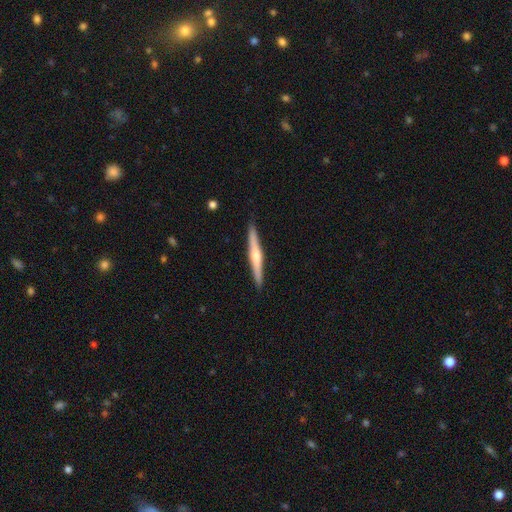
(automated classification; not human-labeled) A featured or disk galaxy (65%) viewed edge-on (98%) with a rounded central bulge (85%).

Vote fractions:
- Smooth or featured? featured or disk: 65% / smooth: 30% / star or artifact: 5%
- Edge-on disk? yes: 98% / no: 2%
- Edge-on bulge? rounded: 85% / none: 10% / boxy: 5%
- Merging? none: 91% / minor disturbance: 7% / major disturbance: 1% / merger: 1%